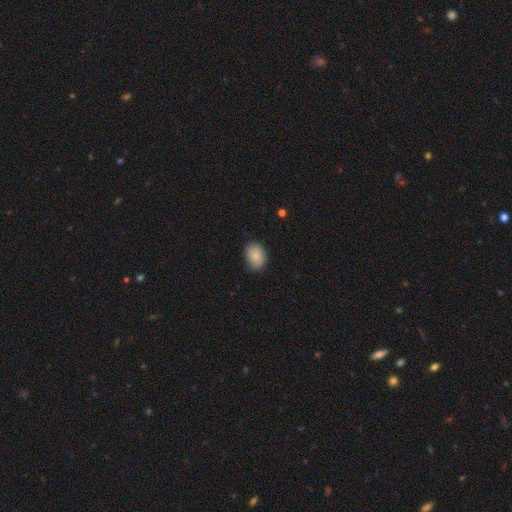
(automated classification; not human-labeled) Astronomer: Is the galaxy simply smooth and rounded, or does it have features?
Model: smooth — 85%.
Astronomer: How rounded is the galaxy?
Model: in between — 74%.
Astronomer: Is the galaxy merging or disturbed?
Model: none — 82%.